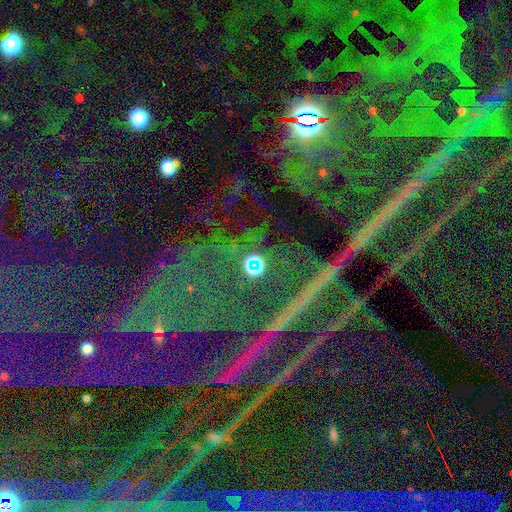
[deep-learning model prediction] Smooth or featured?
  - star or artifact: 85% *
  - featured or disk: 8%
  - smooth: 7%